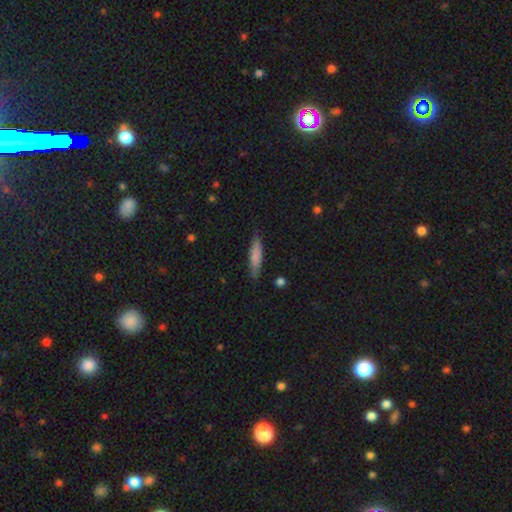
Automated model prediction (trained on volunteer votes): Q: Smooth or featured?
A: smooth (75%); runner-up: featured or disk (19%)
Q: How rounded?
A: cigar-shaped (80%); runner-up: in between (19%)
Q: Merging?
A: none (82%); runner-up: minor disturbance (14%)